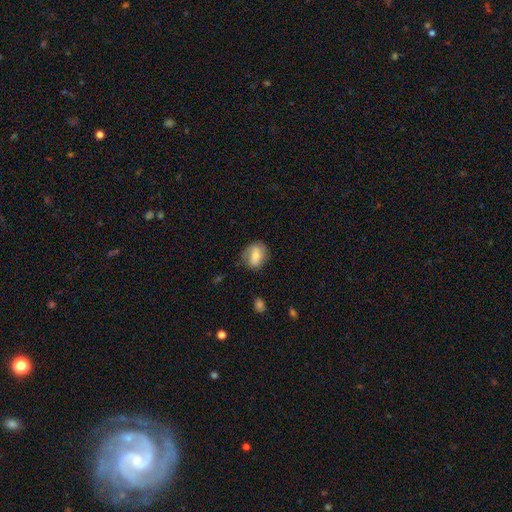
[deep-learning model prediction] A smooth galaxy with no disk features (71%) that is in between round and cigar-shaped (60%).

Vote fractions:
- Smooth or featured? smooth: 71% / featured or disk: 21% / star or artifact: 8%
- How rounded? in between: 60% / round: 39% / cigar-shaped: 1%
- Merging? none: 68% / minor disturbance: 23% / major disturbance: 7% / merger: 2%